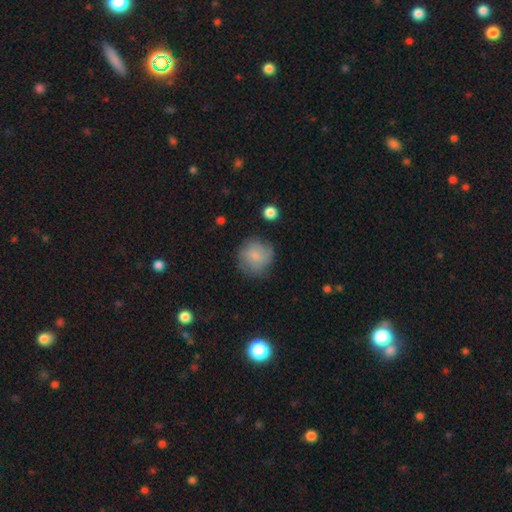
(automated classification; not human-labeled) smooth_or_featured: smooth (p=0.64) [alt: featured or disk p=0.27]
how_rounded: round (p=0.90) [alt: in between p=0.09]
merging: none (p=0.72) [alt: minor disturbance p=0.19]